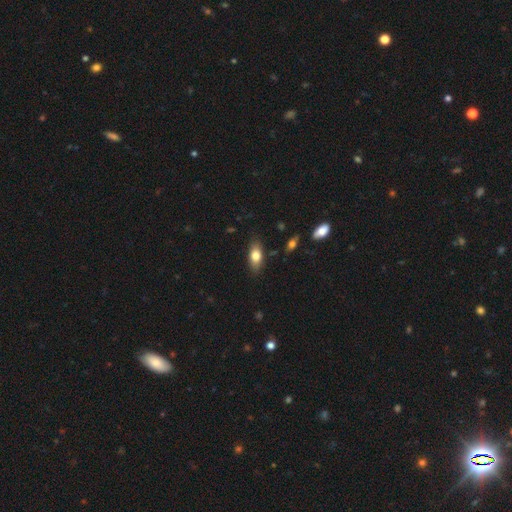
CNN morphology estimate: Smooth or featured? Predicted: smooth (p=0.77). How rounded? Predicted: in between (p=0.85). Merging? Predicted: none (p=0.83).